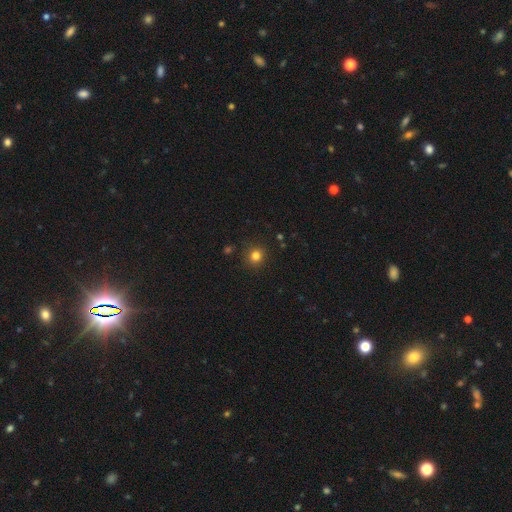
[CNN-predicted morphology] Smooth or featured: smooth — 80% (star or artifact — 15%)
How rounded: round — 91% (in between — 8%)
Merging: none — 90% (minor disturbance — 7%)